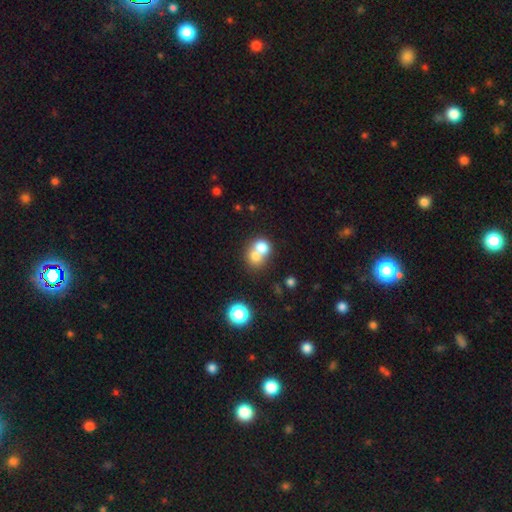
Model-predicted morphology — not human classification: smooth_or_featured: smooth (p=0.70) [alt: featured or disk p=0.18]
how_rounded: round (p=0.69) [alt: in between p=0.30]
merging: merger (p=0.66) [alt: none p=0.26]